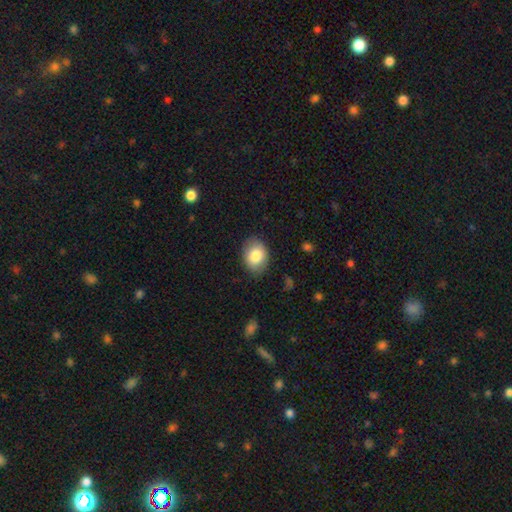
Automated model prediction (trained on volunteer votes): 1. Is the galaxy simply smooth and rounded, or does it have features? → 83% smooth, 10% featured or disk, 7% star or artifact.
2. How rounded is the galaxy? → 71% in between, 28% round, 1% cigar-shaped.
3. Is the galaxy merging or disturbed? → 84% none, 12% minor disturbance, 3% major disturbance, 1% merger.